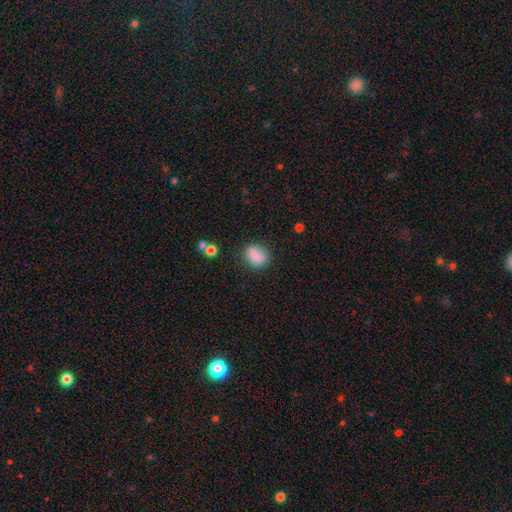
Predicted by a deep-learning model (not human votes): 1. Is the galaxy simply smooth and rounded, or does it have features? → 84% smooth, 9% star or artifact, 6% featured or disk.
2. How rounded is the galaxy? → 58% in between, 39% round, 2% cigar-shaped.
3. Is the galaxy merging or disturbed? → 73% none, 18% minor disturbance, 5% major disturbance, 4% merger.